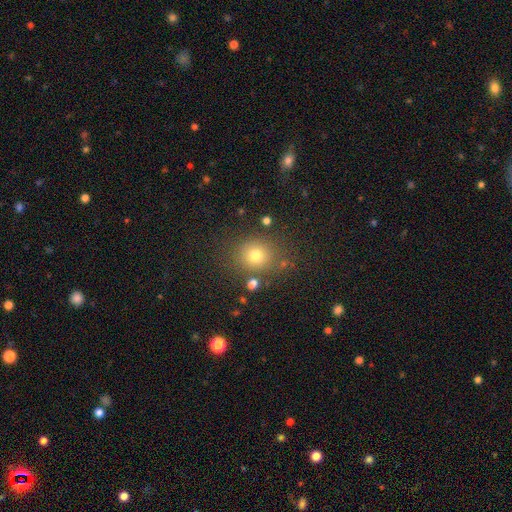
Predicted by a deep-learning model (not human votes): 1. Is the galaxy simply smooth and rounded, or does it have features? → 75% smooth, 16% star or artifact, 9% featured or disk.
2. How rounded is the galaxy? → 81% round, 18% in between, 1% cigar-shaped.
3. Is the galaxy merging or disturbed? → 80% none, 11% minor disturbance, 5% merger, 4% major disturbance.